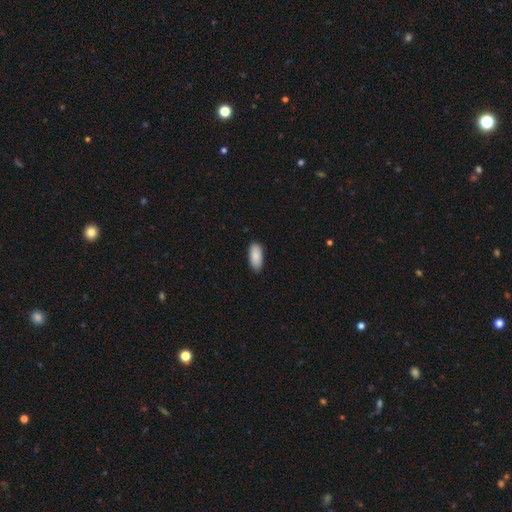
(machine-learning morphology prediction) Smooth or featured?
  - smooth: 89% *
  - star or artifact: 6%
  - featured or disk: 5%
How rounded?
  - in between: 90% *
  - cigar-shaped: 8%
  - round: 2%
Merging?
  - none: 86% *
  - minor disturbance: 11%
  - major disturbance: 2%
  - merger: 1%